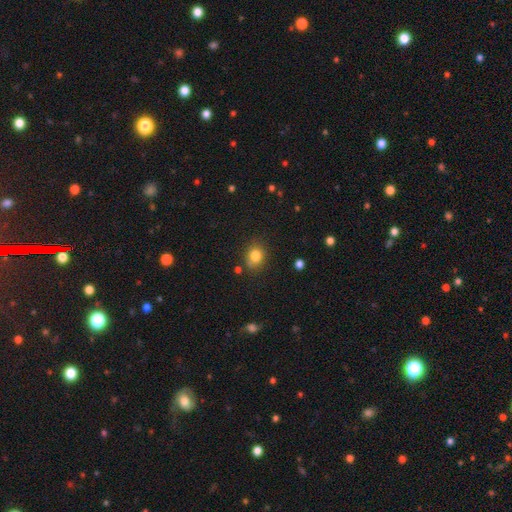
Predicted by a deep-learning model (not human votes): Smooth or featured: smooth — 82% (star or artifact — 11%)
How rounded: round — 59% (in between — 40%)
Merging: none — 77% (minor disturbance — 15%)